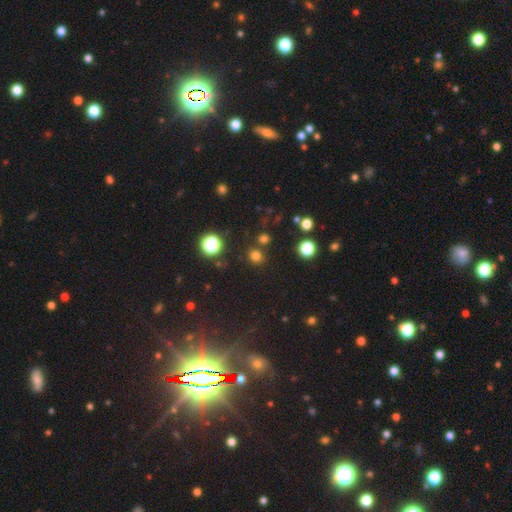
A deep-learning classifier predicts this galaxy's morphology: Q: Smooth or featured?
A: smooth (73%); runner-up: star or artifact (22%)
Q: How rounded?
A: round (87%); runner-up: in between (12%)
Q: Merging?
A: none (82%); runner-up: minor disturbance (8%)